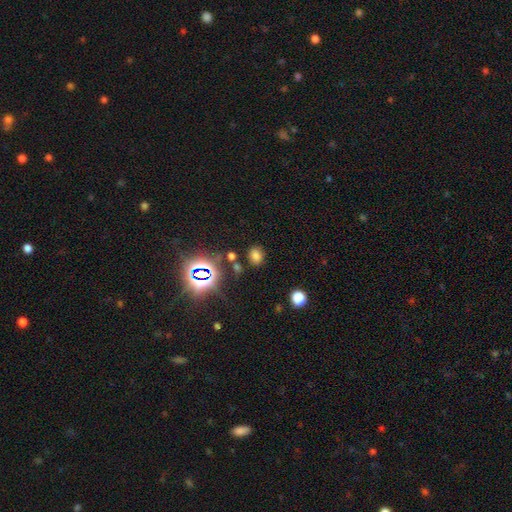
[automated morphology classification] A smooth galaxy with no disk features (65%) that is in between round and cigar-shaped (53%). Merging: none (81%).